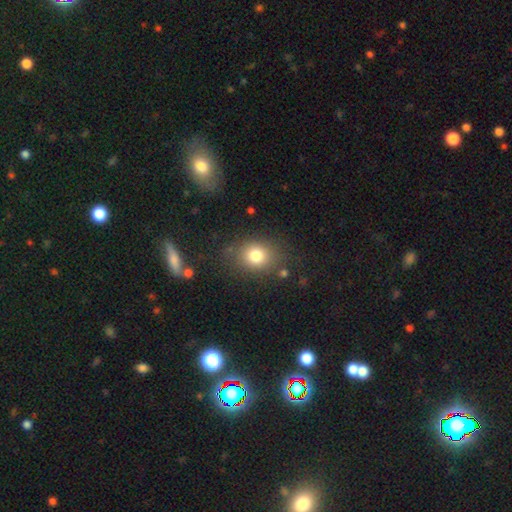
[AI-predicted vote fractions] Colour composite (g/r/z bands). It shows a smooth galaxy with no disk features (78%) that is round (61%). Merging: none (79%).